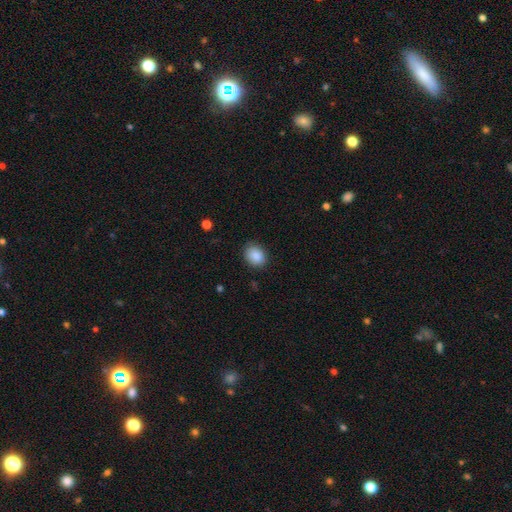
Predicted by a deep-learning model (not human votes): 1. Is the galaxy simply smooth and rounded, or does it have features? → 88% smooth, 8% star or artifact, 4% featured or disk.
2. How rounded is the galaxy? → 51% in between, 48% round, 1% cigar-shaped.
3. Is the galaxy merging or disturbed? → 83% none, 13% minor disturbance, 3% major disturbance, 1% merger.